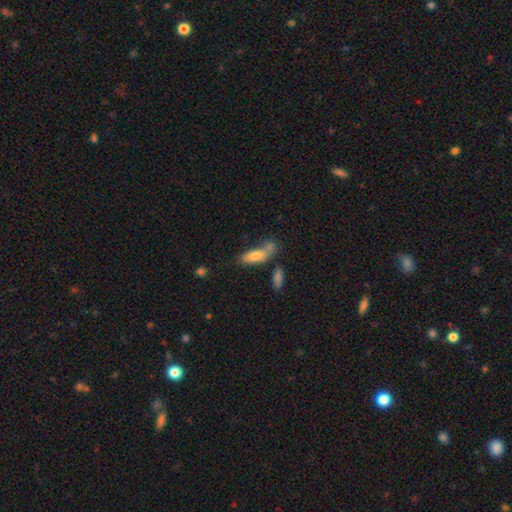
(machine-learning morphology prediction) Q: Smooth or featured?
A: smooth (75%); runner-up: featured or disk (18%)
Q: How rounded?
A: in between (64%); runner-up: cigar-shaped (34%)
Q: Merging?
A: none (44%); runner-up: merger (28%)